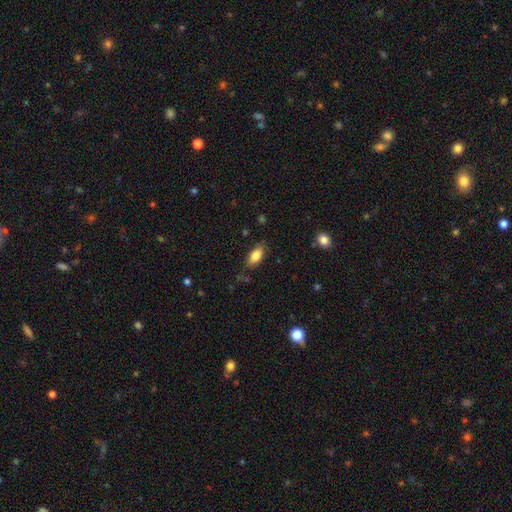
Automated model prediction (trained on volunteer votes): A smooth galaxy with no disk features (83%) that is in between round and cigar-shaped (89%). Merging: none (80%).